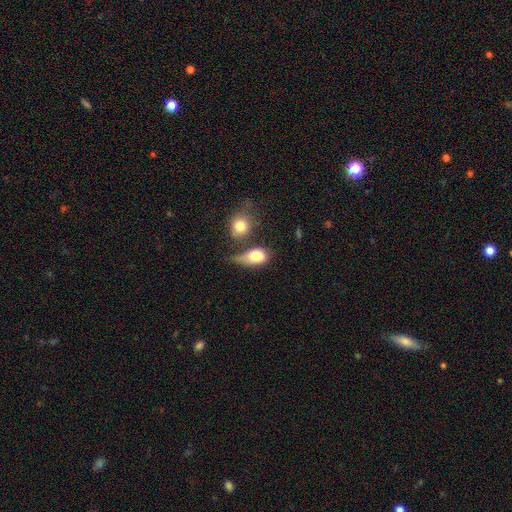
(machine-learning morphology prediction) Smooth or featured?
  - smooth: 79% *
  - featured or disk: 13%
  - star or artifact: 8%
How rounded?
  - in between: 75% *
  - round: 21%
  - cigar-shaped: 4%
Merging?
  - merger: 29% *
  - none: 27%
  - minor disturbance: 23%
  - major disturbance: 21%